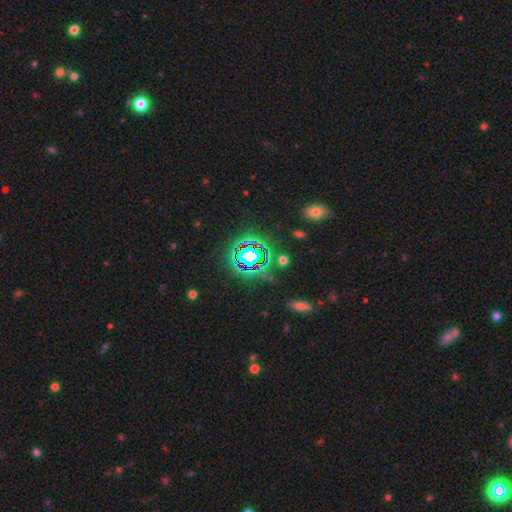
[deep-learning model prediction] Overall: star or artifact (75%).